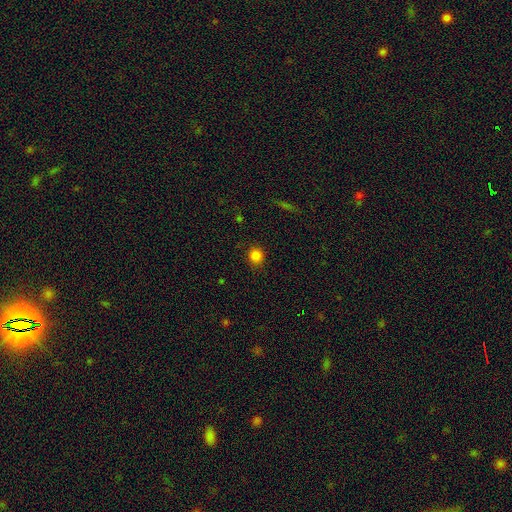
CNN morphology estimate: Smooth or featured?
  - smooth: 83% *
  - star or artifact: 12%
  - featured or disk: 4%
How rounded?
  - round: 85% *
  - in between: 14%
  - cigar-shaped: 1%
Merging?
  - none: 88% *
  - minor disturbance: 8%
  - major disturbance: 2%
  - merger: 1%